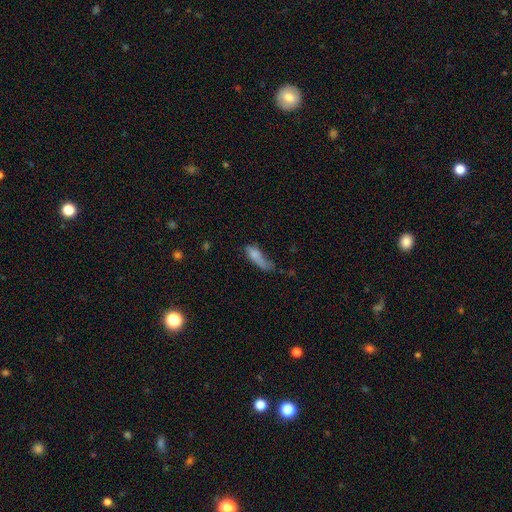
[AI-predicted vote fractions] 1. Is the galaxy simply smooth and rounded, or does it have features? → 73% smooth, 17% featured or disk, 9% star or artifact.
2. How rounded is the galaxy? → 57% in between, 40% cigar-shaped, 3% round.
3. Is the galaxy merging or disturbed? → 36% major disturbance, 29% minor disturbance, 25% none, 10% merger.